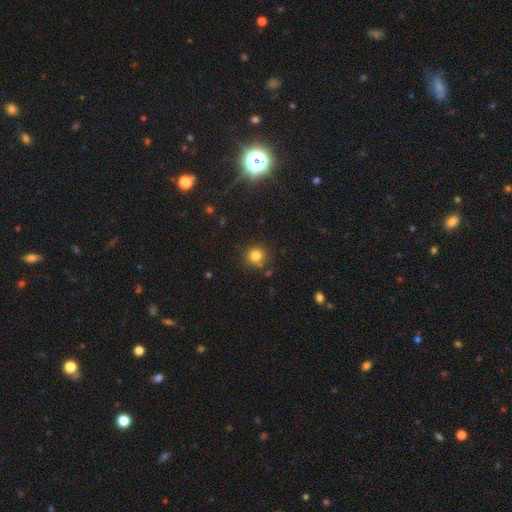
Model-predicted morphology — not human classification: A smooth galaxy with no disk features (81%) that is round (92%). Merging: none (80%).